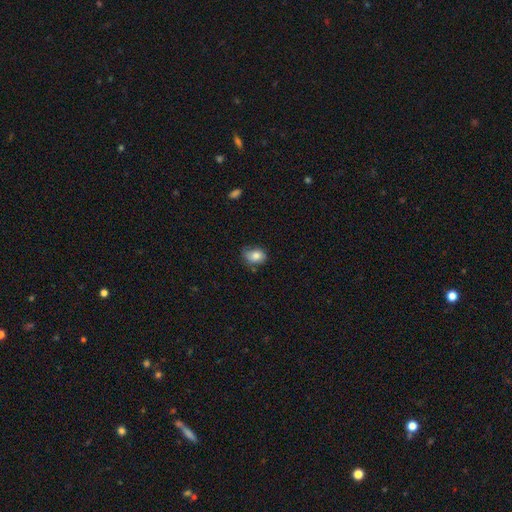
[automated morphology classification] A smooth galaxy with no disk features (81%) that is in between round and cigar-shaped (65%). Merging: none (61%).